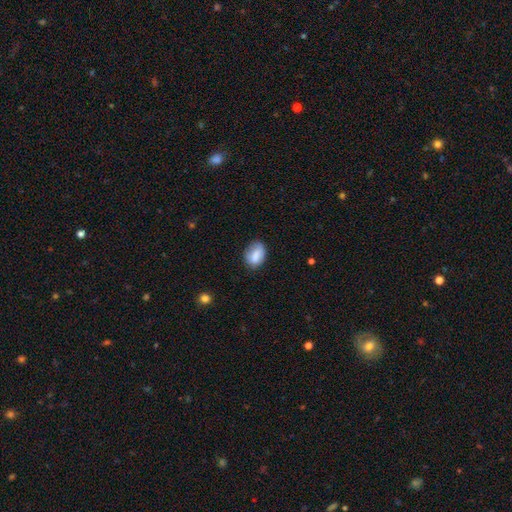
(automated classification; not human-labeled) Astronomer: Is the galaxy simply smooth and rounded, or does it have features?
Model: smooth — 79%.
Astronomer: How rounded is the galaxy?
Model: in between — 75%.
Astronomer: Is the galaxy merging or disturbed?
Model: none — 63%.